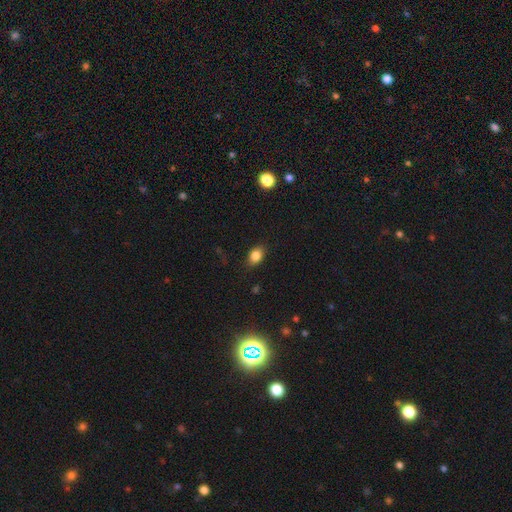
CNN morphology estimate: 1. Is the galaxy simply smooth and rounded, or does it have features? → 83% smooth, 10% star or artifact, 7% featured or disk.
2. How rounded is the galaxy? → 75% in between, 23% round, 2% cigar-shaped.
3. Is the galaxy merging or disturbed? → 83% none, 13% minor disturbance, 3% major disturbance, 1% merger.